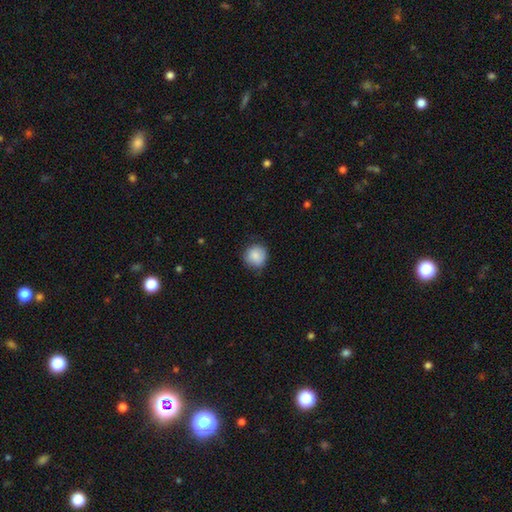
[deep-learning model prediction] This is clearly a smooth galaxy (86%). How rounded: clearly round (89%). Merging: likely none (79%).